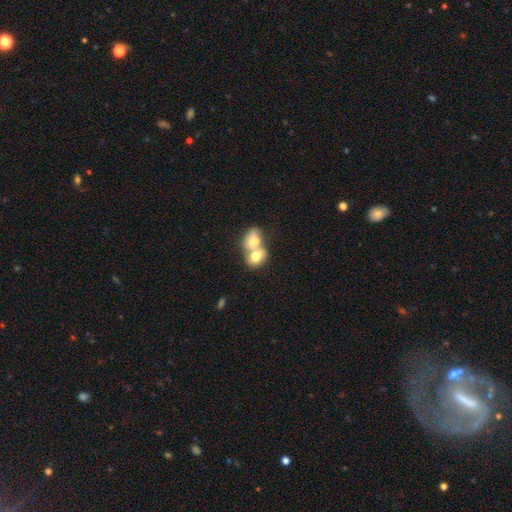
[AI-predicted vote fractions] smooth 69%, featured or disk 23%, star or artifact 8%. Down the decision tree: how rounded — in between (57%); merging — merger (76%).